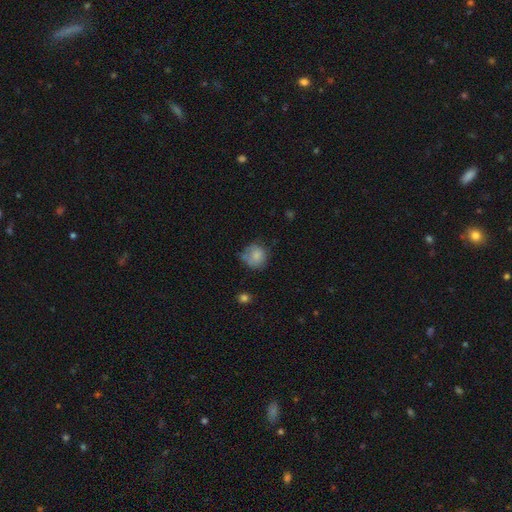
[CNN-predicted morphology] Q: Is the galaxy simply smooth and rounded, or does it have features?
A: smooth — 78%.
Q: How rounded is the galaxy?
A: round — 85%.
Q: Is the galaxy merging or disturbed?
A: none — 58%.